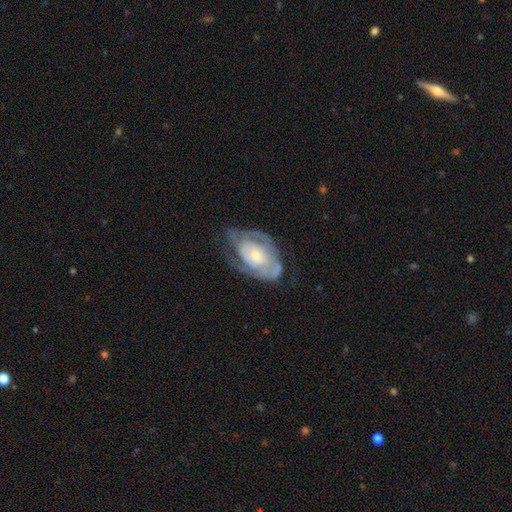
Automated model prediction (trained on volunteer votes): A featured or disk galaxy (75%) with no bar (73%), 2 (39%, tied with can't tell) tight (57%) spiral arms (78%) and a small central bulge (56%).

Vote fractions:
- Smooth or featured? featured or disk: 75% / smooth: 20% / star or artifact: 5%
- Edge-on disk? no: 95% / yes: 5%
- Bar? no: 73% / weak: 22% / strong: 5%
- Spiral arms? yes: 78% / no: 22%
- Spiral winding? tight: 57% / medium: 31% / loose: 11%
- Spiral arm count? 2: 39% (tied) / can't tell: 39% (tied) / 1: 9% / 3: 8% / 4: 3% / more than 4: 2%
- Bulge size? small: 56% / moderate: 36% / large: 4% / none: 2% / dominant: 1%
- Merging? none: 48% / minor disturbance: 28% / major disturbance: 22% / merger: 2%